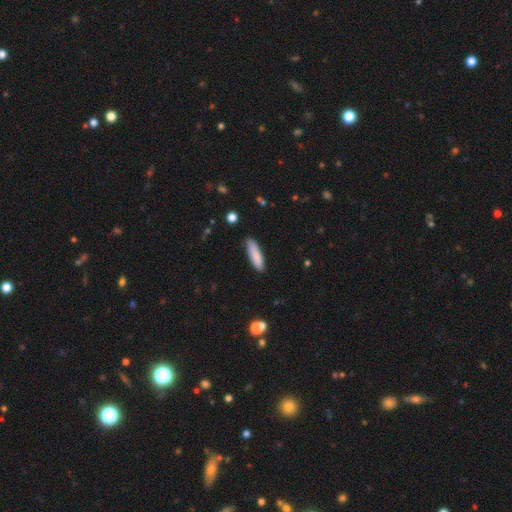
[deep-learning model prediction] A smooth galaxy with no disk features (85%) that is cigar-shaped (68%).

Vote fractions:
- Smooth or featured? smooth: 85% / featured or disk: 9% / star or artifact: 6%
- How rounded? cigar-shaped: 68% / in between: 30% / round: 1%
- Merging? none: 81% / minor disturbance: 15% / major disturbance: 2% / merger: 2%